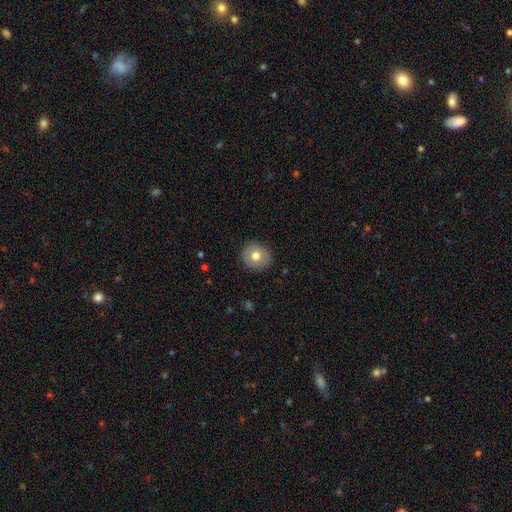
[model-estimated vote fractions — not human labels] A smooth galaxy with no disk features (71%) that is round (85%). Merging: none (89%).